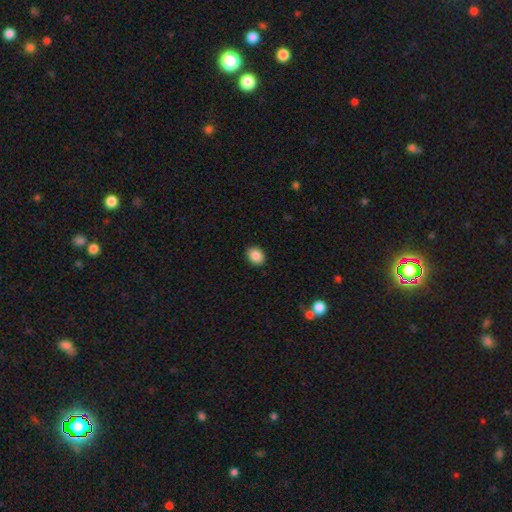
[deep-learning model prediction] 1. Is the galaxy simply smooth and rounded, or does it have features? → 88% smooth, 8% star or artifact, 4% featured or disk.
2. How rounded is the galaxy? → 58% in between, 41% round, 1% cigar-shaped.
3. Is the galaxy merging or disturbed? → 89% none, 8% minor disturbance, 2% major disturbance, 1% merger.